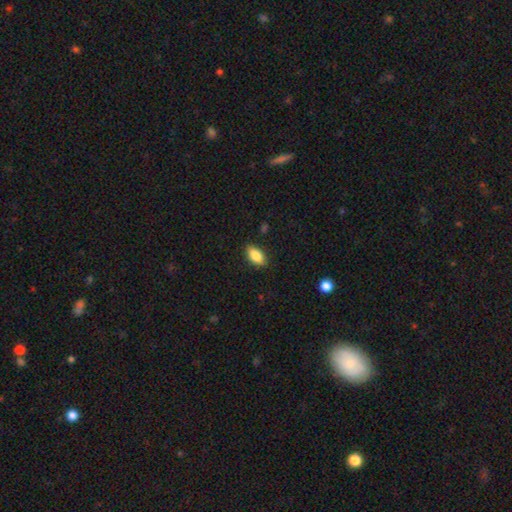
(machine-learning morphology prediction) Smooth or featured: smooth — 83% (featured or disk — 10%)
How rounded: in between — 89% (cigar-shaped — 6%)
Merging: none — 87% (minor disturbance — 10%)